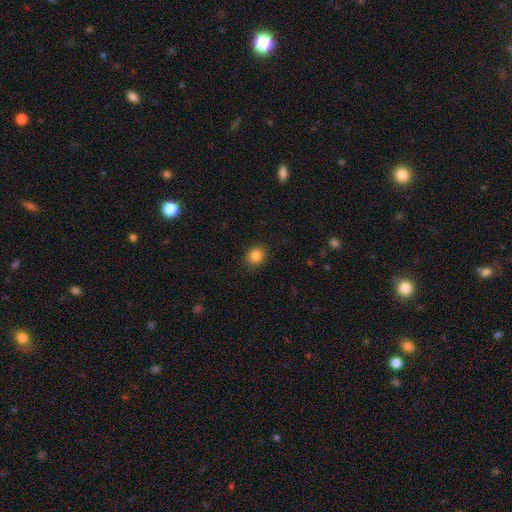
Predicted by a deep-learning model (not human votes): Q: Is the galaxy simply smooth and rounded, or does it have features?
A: smooth — 84%.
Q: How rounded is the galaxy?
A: round — 67%.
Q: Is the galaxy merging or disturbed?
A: none — 89%.